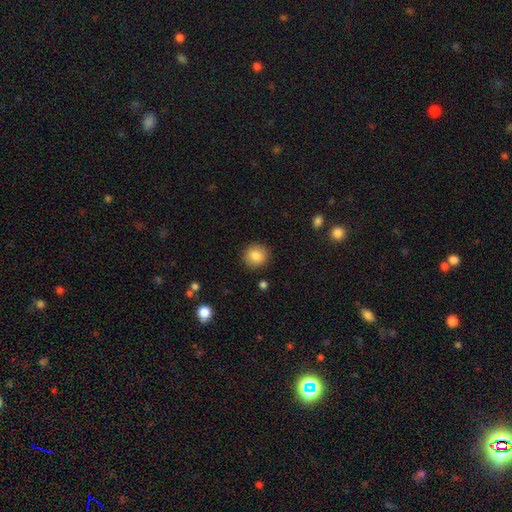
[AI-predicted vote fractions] Smooth or featured? Predicted: smooth (p=0.86). How rounded? Predicted: round (p=0.89). Merging? Predicted: none (p=0.90).